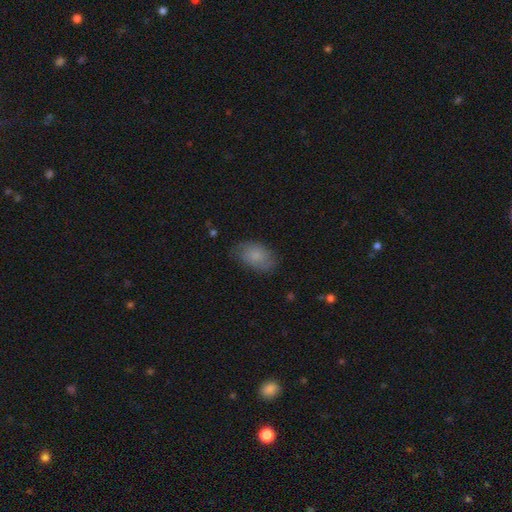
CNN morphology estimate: Smooth or featured?
  - smooth: 74% *
  - featured or disk: 18%
  - star or artifact: 7%
How rounded?
  - in between: 90% *
  - round: 8%
  - cigar-shaped: 2%
Merging?
  - none: 73% *
  - minor disturbance: 20%
  - major disturbance: 5%
  - merger: 1%